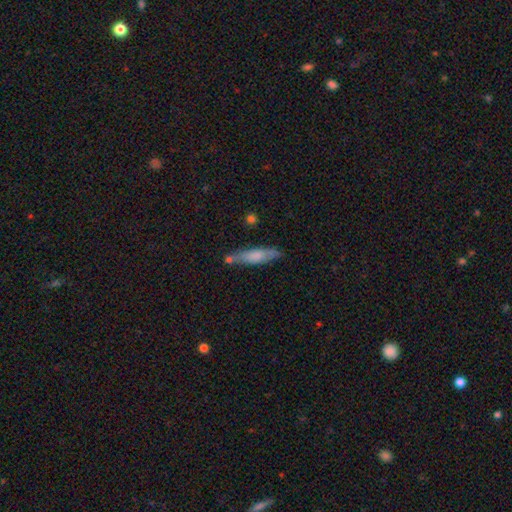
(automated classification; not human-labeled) Morphology: type=smooth (66%); roundness=cigar-shaped (77%); merging=none (70%).